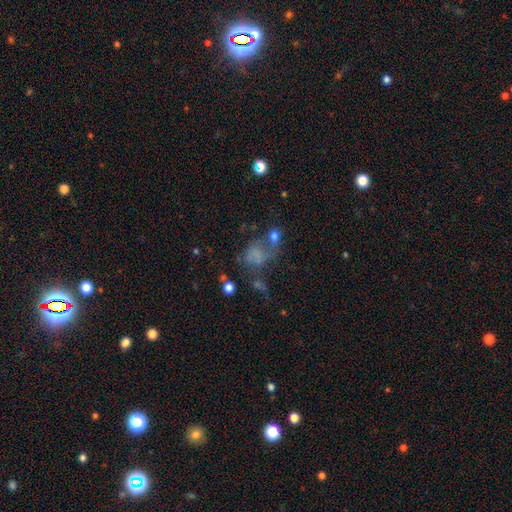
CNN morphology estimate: Smooth or featured? smooth (56%)
How rounded? in between (53%)
Merging? none (29%)